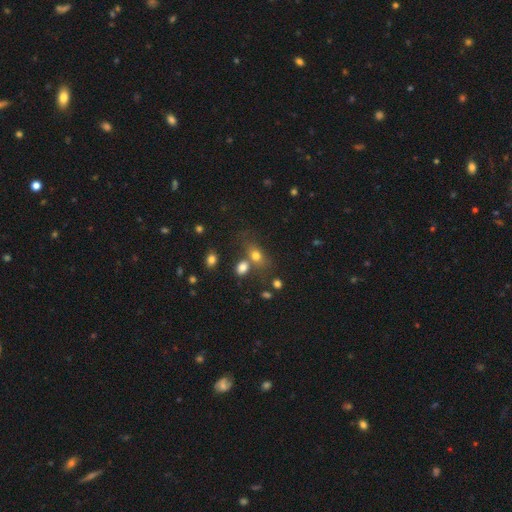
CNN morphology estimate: Overall: smooth (74%). How rounded: in between (66%; round 30%). Merging: none (48%; merger 32%).